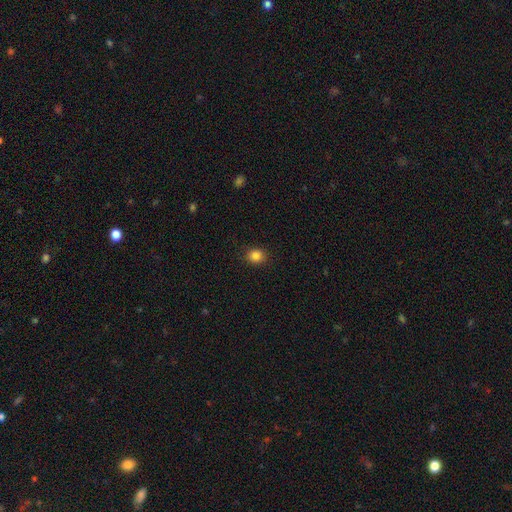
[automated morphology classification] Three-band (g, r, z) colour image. It shows a smooth galaxy with no disk features (85%) that is round (72%). Merging: none (89%).